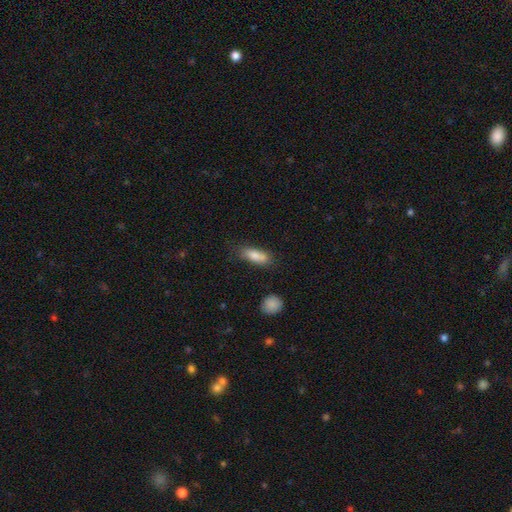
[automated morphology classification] smooth_or_featured: smooth (p=0.83) [alt: featured or disk p=0.10]
how_rounded: in between (p=0.65) [alt: cigar-shaped p=0.33]
merging: none (p=0.68) [alt: minor disturbance p=0.21]